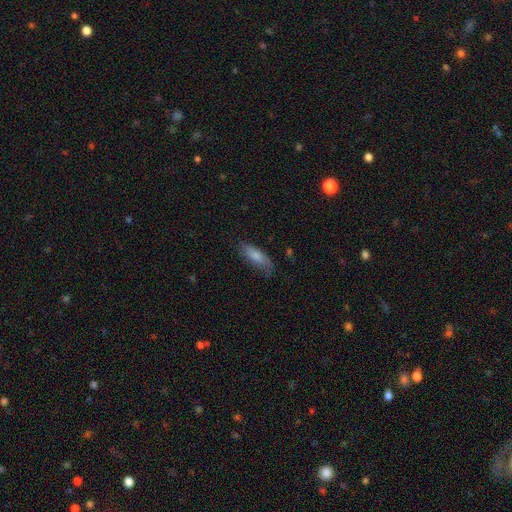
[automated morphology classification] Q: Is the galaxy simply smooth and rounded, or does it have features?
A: smooth — 74%.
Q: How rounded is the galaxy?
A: in between — 63%.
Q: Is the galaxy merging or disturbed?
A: none — 63%.